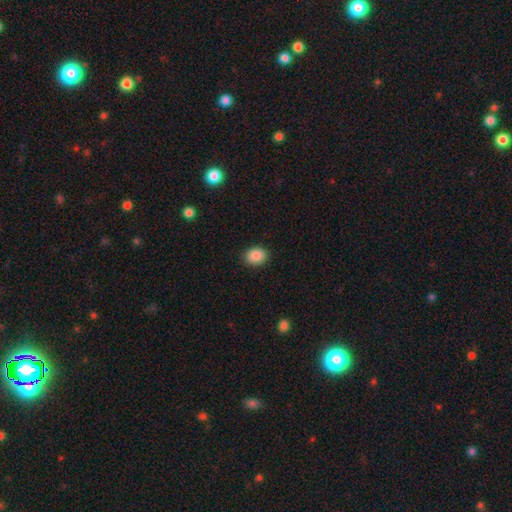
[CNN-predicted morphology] The model was most divided on "how rounded": in between: 55%, round: 44%, cigar-shaped: 1%. More confident: merging — none (89%); smooth or featured — smooth (88%).